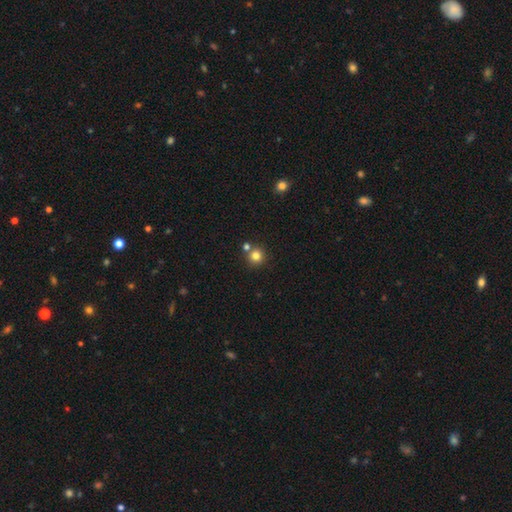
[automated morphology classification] smooth-or-featured: smooth: 81% | star or artifact: 13% | featured or disk: 7%
  how-rounded: round: 94% | in between: 5% | cigar-shaped: 1%
  merging: none: 73% | merger: 18% | minor disturbance: 7% | major disturbance: 2%